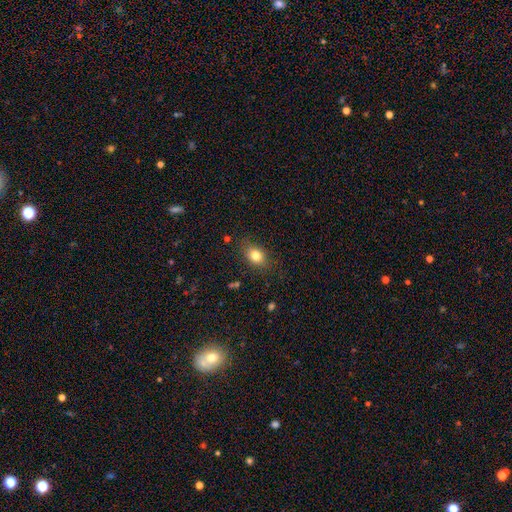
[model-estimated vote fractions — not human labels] The model was most divided on "how rounded": in between: 71%, round: 28%, cigar-shaped: 2%. More confident: merging — none (82%); smooth or featured — smooth (81%).